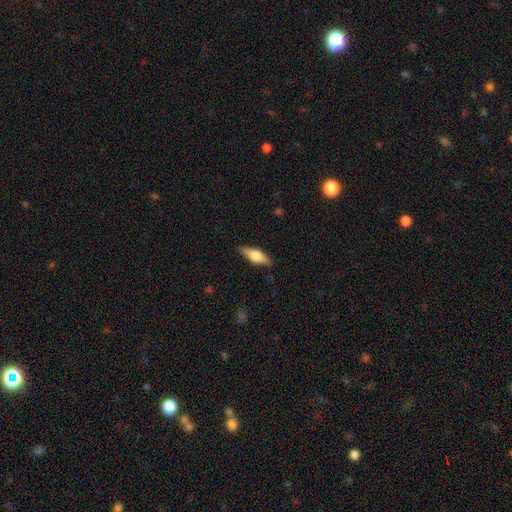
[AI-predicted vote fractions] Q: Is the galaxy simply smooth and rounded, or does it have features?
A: smooth — 57%.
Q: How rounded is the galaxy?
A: in between — 61%.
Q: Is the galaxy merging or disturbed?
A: none — 87%.